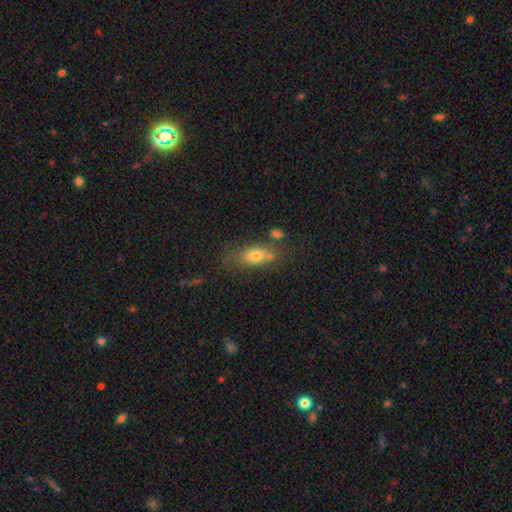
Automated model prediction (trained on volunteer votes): Smooth or featured?
  - smooth: 73% *
  - featured or disk: 16%
  - star or artifact: 10%
How rounded?
  - in between: 79% *
  - cigar-shaped: 11%
  - round: 11%
Merging?
  - none: 60% *
  - minor disturbance: 18%
  - merger: 15%
  - major disturbance: 7%